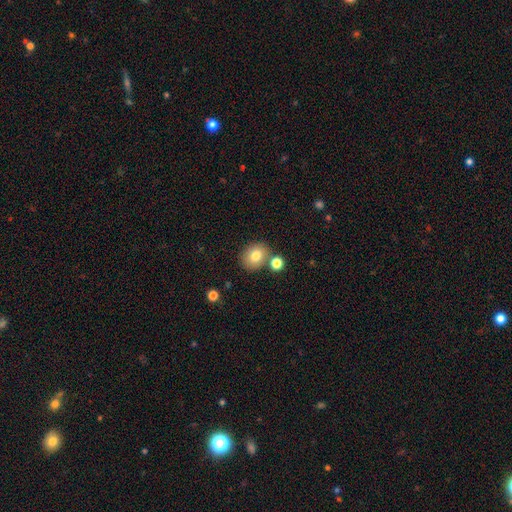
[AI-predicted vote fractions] Smooth or featured? smooth (78%)
How rounded? round (61%)
Merging? none (72%)